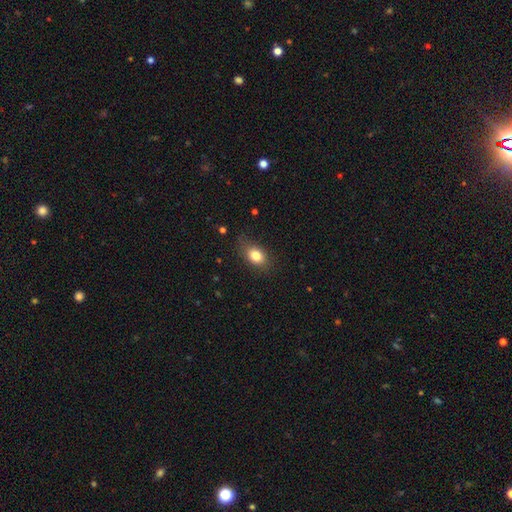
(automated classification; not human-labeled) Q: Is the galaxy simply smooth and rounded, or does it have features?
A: smooth — 81%.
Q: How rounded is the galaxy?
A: in between — 74%.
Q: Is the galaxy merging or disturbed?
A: none — 77%.